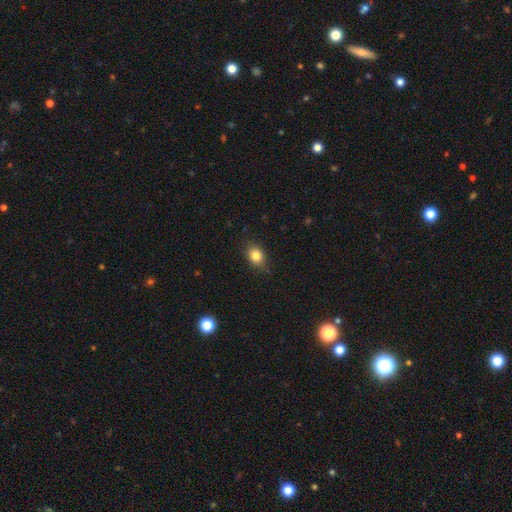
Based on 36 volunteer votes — A smooth galaxy with no disk features (89%) that is round (53%).

Vote fractions:
- Smooth or featured? smooth: 89% / star or artifact: 8% / featured or disk: 3%
- How rounded? round: 53% / in between: 47% / cigar-shaped: 0%
- Merging? none: 82% / minor disturbance: 18% / major disturbance: 0% / merger: 0%